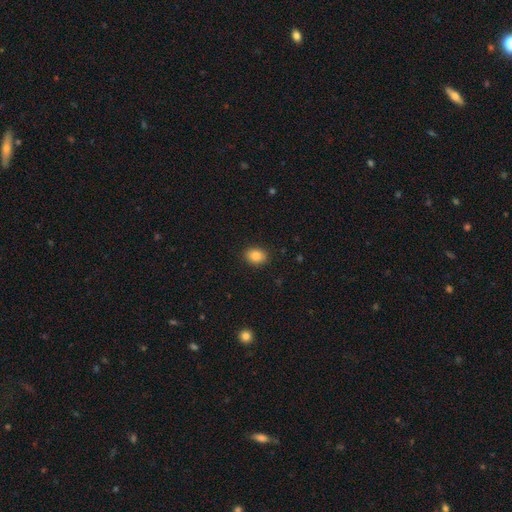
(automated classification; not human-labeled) A smooth galaxy with no disk features (86%) that is in between round and cigar-shaped (69%). Merging: none (88%).